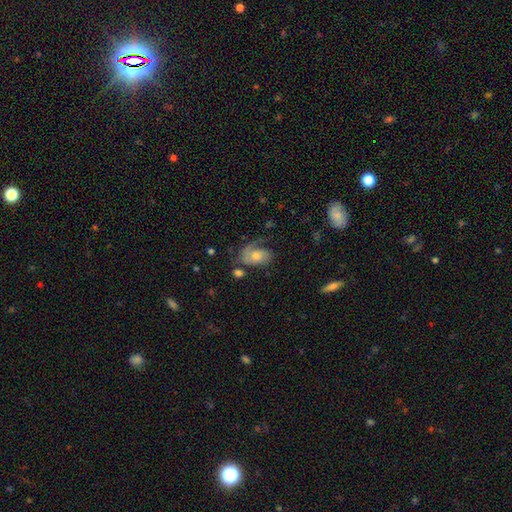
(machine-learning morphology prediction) This appears to be a featured or disk galaxy (63%) with no bar (73%), 1 (49%) medium (40%) spiral arms (87%) and a moderate central bulge (52%). Merging: none (50%).